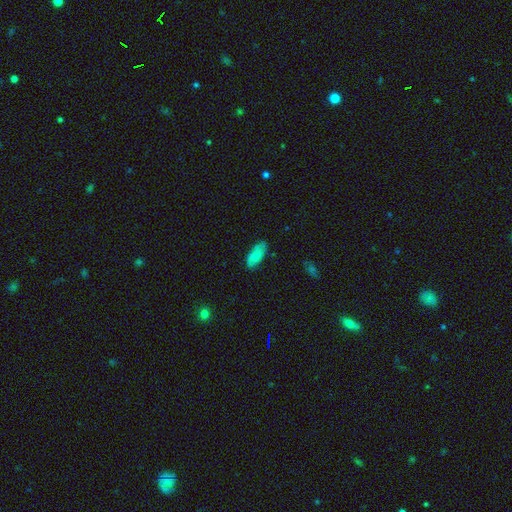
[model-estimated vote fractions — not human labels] This is likely a smooth galaxy (75%). How rounded: clearly in between (84%). Merging: likely none (77%).